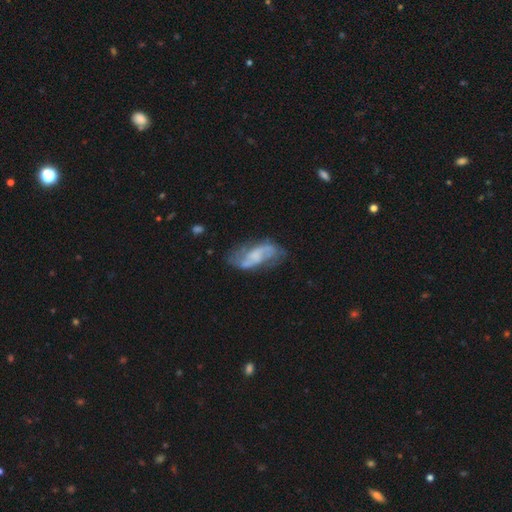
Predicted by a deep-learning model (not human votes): The model was most divided on "bar": no: 47%, weak: 39%, strong: 14%. Remaining: edge-on disk — no (94%); spiral arms — yes (81%); spiral arm count — 2 (78%); smooth or featured — featured or disk (70%); merging — none (55%); spiral winding — loose (51%); bulge size — none (43%).